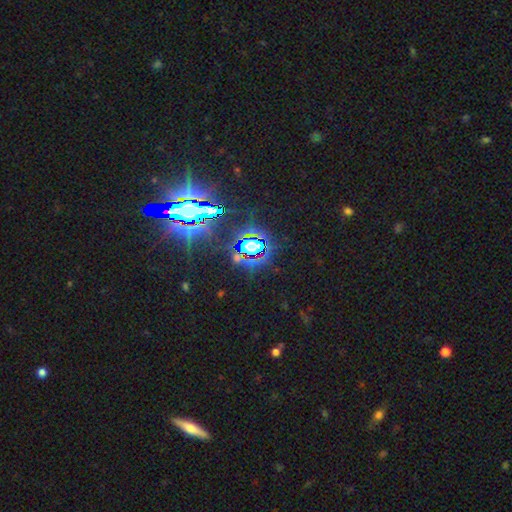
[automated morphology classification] smooth-or-featured: star or artifact: 82% | smooth: 10% | featured or disk: 8%